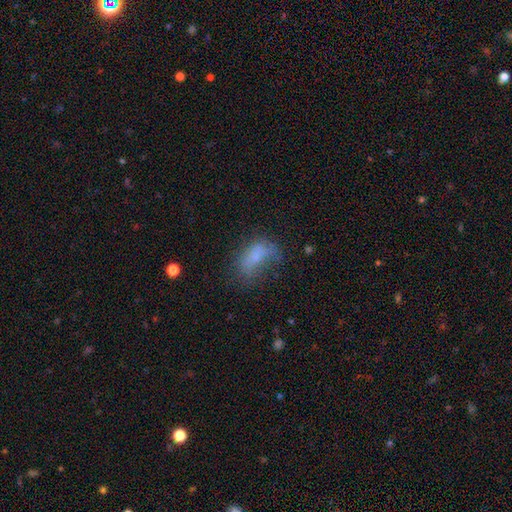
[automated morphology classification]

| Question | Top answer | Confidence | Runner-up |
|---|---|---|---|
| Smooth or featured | smooth | 62% | featured or disk (23%) |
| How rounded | in between | 85% | round (9%) |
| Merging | major disturbance | 34% | none (33%) |